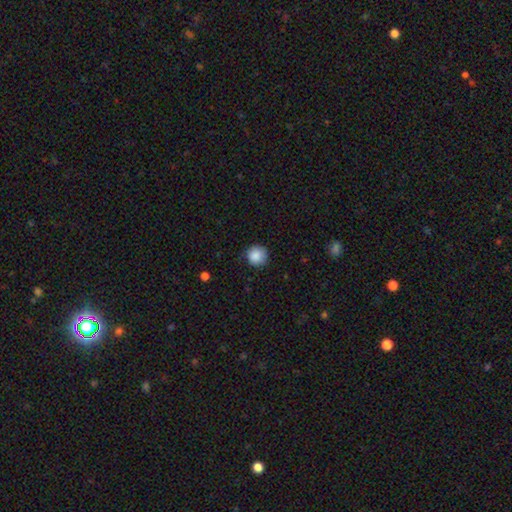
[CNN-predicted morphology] smooth 87%, star or artifact 9%, featured or disk 4%. Down the decision tree: how rounded — round (94%); merging — none (82%).